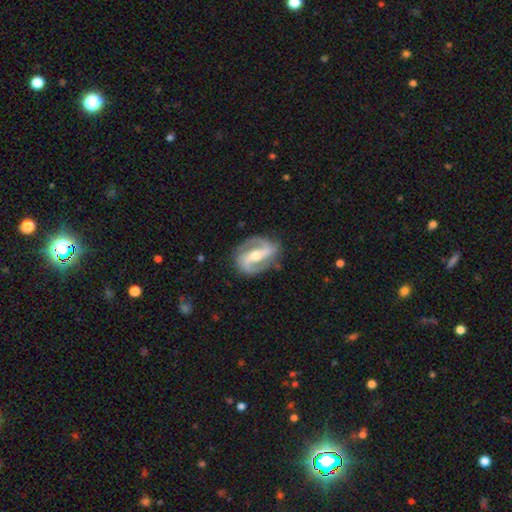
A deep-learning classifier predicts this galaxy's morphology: A featured or disk galaxy (90%) with a strong bar (52%), 2 (93%) medium (52%) spiral arms (97%) and a moderate central bulge (65%).

Vote fractions:
- Smooth or featured? featured or disk: 90% / smooth: 6% / star or artifact: 4%
- Edge-on disk? no: 97% / yes: 3%
- Bar? strong: 52% / weak: 30% / no: 17%
- Spiral arms? yes: 97% / no: 3%
- Spiral winding? medium: 52% / loose: 24% / tight: 24%
- Spiral arm count? 2: 93% / can't tell: 2% / 1: 1% / 3: 1% / 4: 1% / more than 4: 1%
- Bulge size? moderate: 65% / small: 29% / large: 3% / none: 1% / dominant: 1%
- Merging? none: 83% / minor disturbance: 12% / major disturbance: 4% / merger: 1%